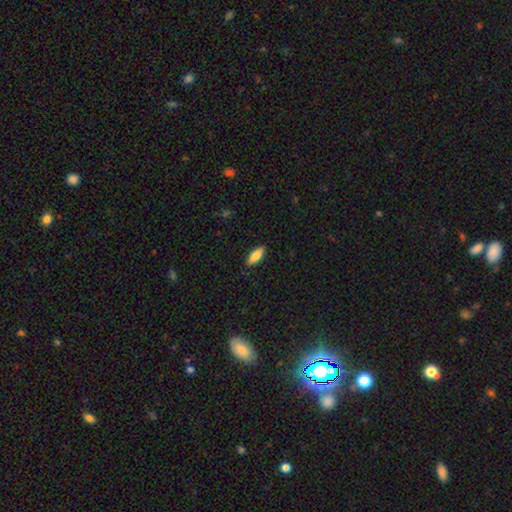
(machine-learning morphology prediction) smooth 82%, featured or disk 11%, star or artifact 6%. Down the decision tree: how rounded — in between (76%); merging — none (86%).